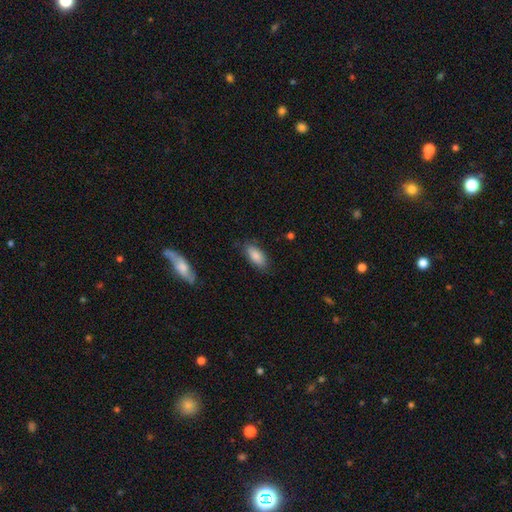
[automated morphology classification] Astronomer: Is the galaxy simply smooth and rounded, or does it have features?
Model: smooth — 85%.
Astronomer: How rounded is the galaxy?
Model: in between — 84%.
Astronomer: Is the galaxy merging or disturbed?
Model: none — 80%.